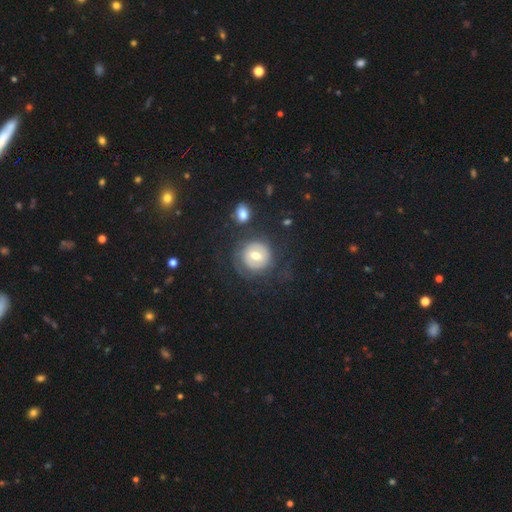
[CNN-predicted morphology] Smooth or featured?
  - featured or disk: 48% *
  - smooth: 44%
  - star or artifact: 8%
Merging?
  - none: 67% *
  - minor disturbance: 15%
  - major disturbance: 13%
  - merger: 5%